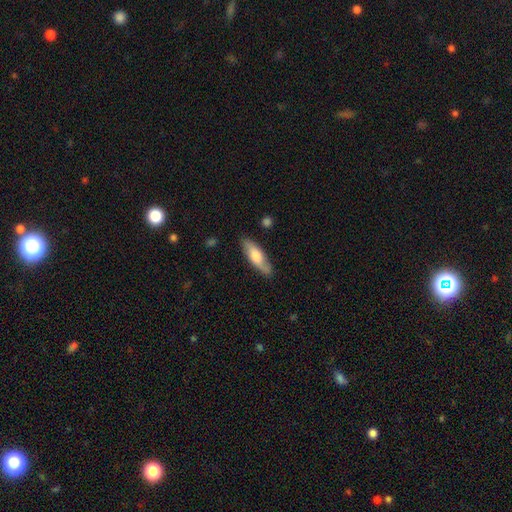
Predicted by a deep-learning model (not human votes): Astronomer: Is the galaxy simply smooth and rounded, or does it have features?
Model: smooth — 60%.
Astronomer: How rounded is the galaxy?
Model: in between — 52% (runner-up: cigar-shaped, 46%).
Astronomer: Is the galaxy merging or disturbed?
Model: none — 83%.